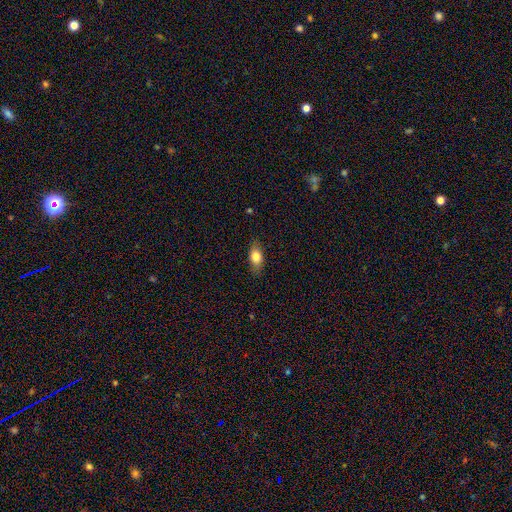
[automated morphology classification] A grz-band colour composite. It shows a smooth galaxy with no disk features (77%) that is in between round and cigar-shaped (82%). Merging: none (84%).